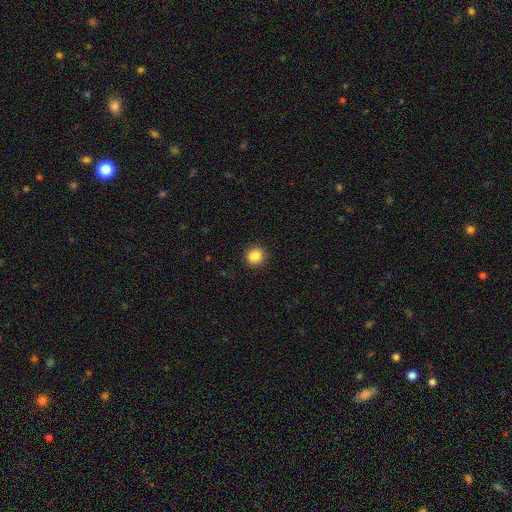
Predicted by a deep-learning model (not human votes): smooth 87%, star or artifact 9%, featured or disk 4%. Down the decision tree: how rounded — round (85%); merging — none (89%).